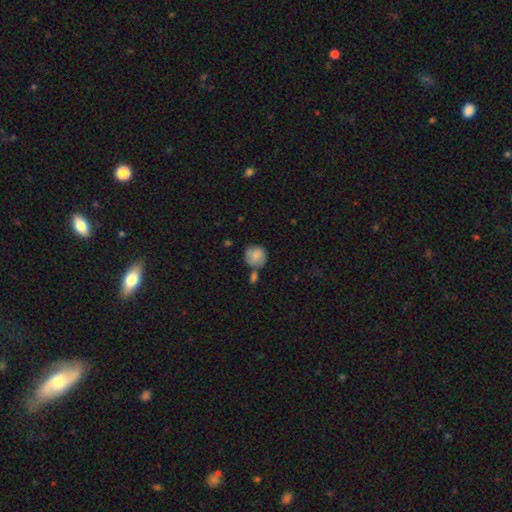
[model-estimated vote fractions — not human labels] Overall: smooth (71%). How rounded: round (86%). Merging: none (52%; minor disturbance 21%).